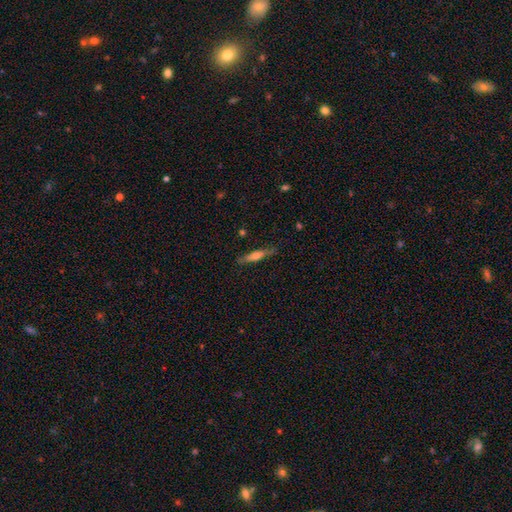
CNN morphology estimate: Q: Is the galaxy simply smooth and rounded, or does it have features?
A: featured or disk — 53%.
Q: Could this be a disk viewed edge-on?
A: yes — 95%.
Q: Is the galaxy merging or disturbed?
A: none — 85%.